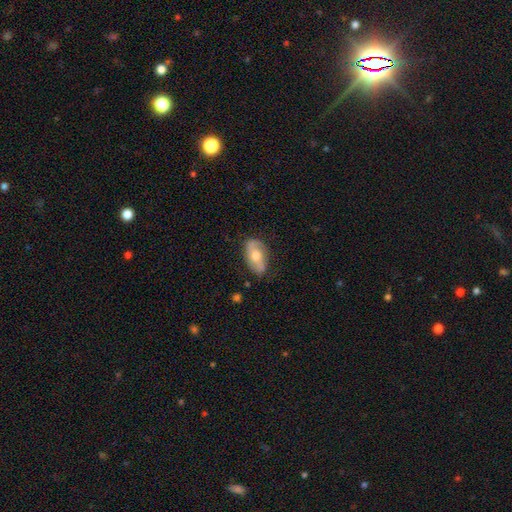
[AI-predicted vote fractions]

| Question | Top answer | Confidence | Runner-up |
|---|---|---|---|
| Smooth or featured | featured or disk | 47% | smooth (46%) |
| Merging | none | 77% | minor disturbance (18%) |